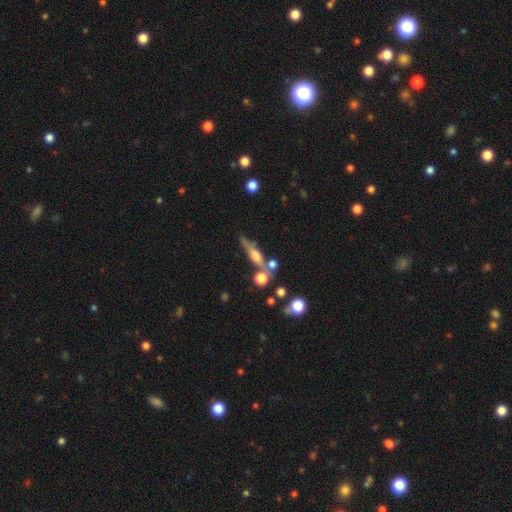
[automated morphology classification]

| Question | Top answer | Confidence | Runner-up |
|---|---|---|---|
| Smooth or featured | featured or disk | 54% | smooth (35%) |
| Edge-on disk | yes | 86% | no (14%) |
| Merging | none | 55% | merger (20%) |